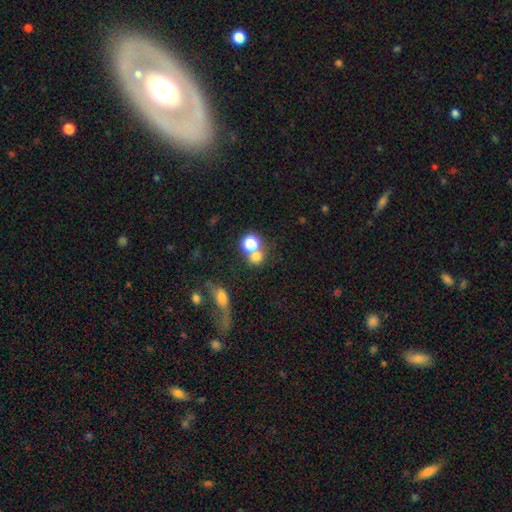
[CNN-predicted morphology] The model was most divided on "merging": none: 47%, merger: 39%, minor disturbance: 8%, major disturbance: 5%. More confident: how rounded — round (81%); smooth or featured — smooth (71%).